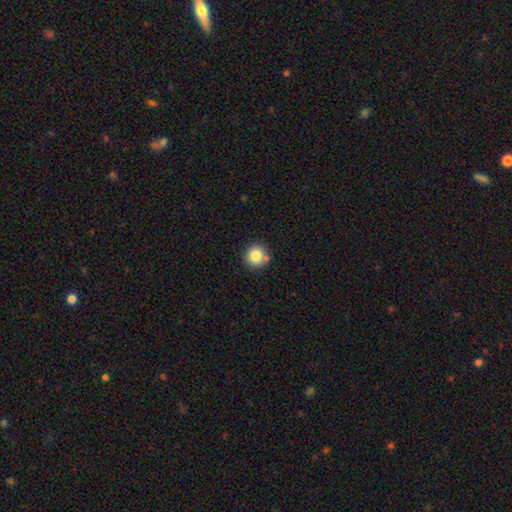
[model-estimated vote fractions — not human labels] Q: Smooth or featured?
A: smooth (83%); runner-up: star or artifact (10%)
Q: How rounded?
A: round (93%); runner-up: in between (6%)
Q: Merging?
A: none (77%); runner-up: minor disturbance (11%)